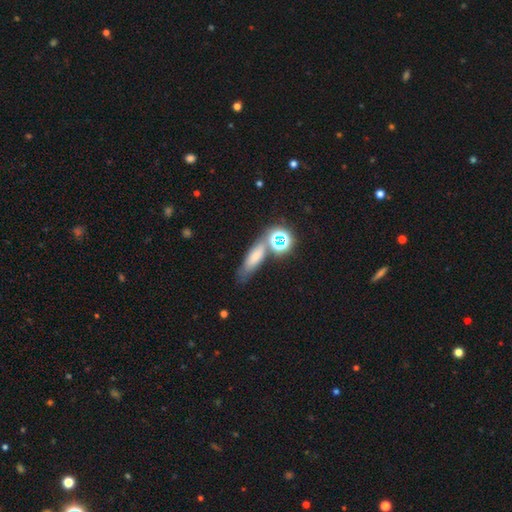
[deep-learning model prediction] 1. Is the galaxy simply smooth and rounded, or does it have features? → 55% smooth, 28% star or artifact, 17% featured or disk.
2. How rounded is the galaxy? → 44% cigar-shaped, 42% in between, 14% round.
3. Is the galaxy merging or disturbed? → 59% none, 17% minor disturbance, 16% merger, 8% major disturbance.